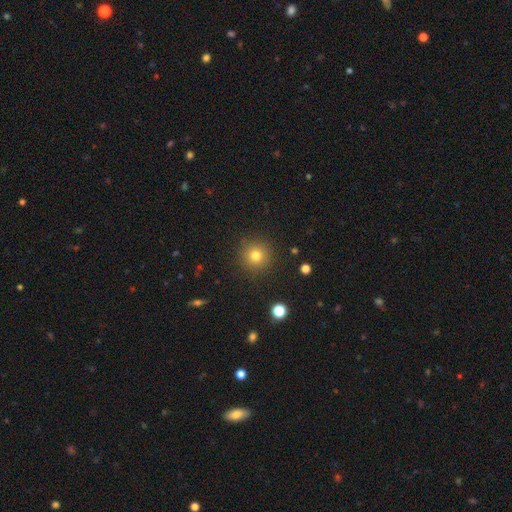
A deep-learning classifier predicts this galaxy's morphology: smooth-or-featured: smooth: 77% | star or artifact: 15% | featured or disk: 8%
  how-rounded: round: 95% | in between: 4% | cigar-shaped: 1%
  merging: none: 90% | minor disturbance: 7% | major disturbance: 2% | merger: 1%